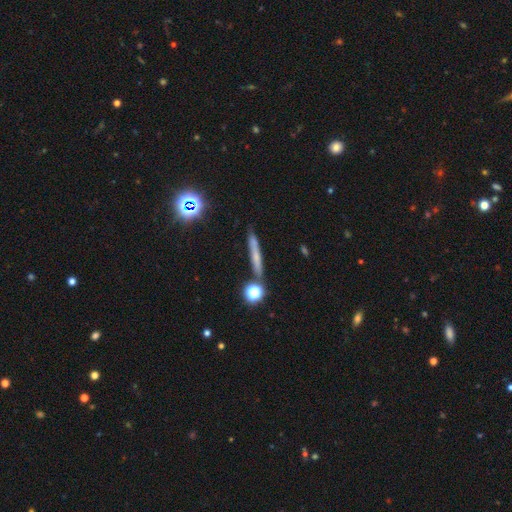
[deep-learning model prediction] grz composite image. It shows a smooth galaxy with no disk features (50%) that is cigar-shaped (86%). Merging: none (80%).